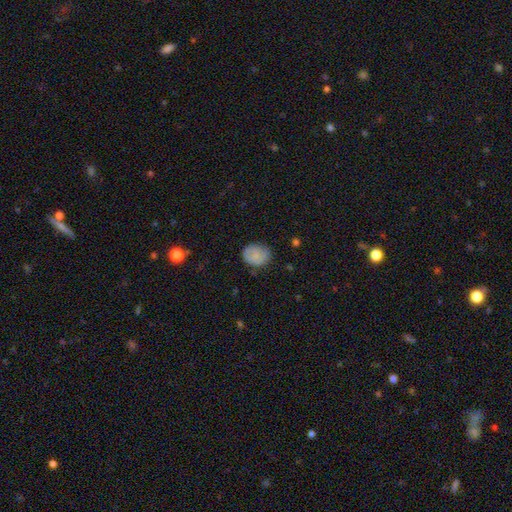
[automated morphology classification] Smooth or featured?
  - smooth: 72% *
  - featured or disk: 20%
  - star or artifact: 8%
How rounded?
  - round: 62% *
  - in between: 37%
  - cigar-shaped: 1%
Merging?
  - none: 72% *
  - minor disturbance: 21%
  - major disturbance: 5%
  - merger: 1%